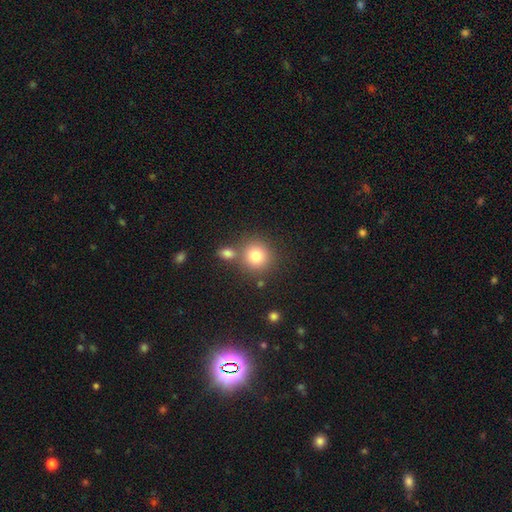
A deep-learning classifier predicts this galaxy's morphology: Smooth or featured: smooth — 81% (star or artifact — 11%)
How rounded: round — 87% (in between — 12%)
Merging: none — 66% (merger — 21%)